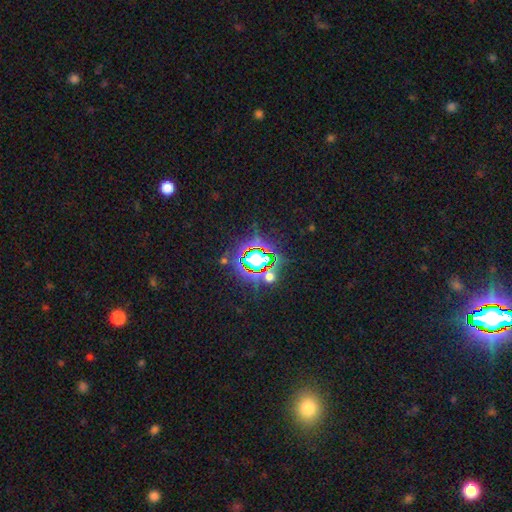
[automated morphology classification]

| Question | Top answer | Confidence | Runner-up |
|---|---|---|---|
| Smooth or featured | star or artifact | 72% | smooth (18%) |